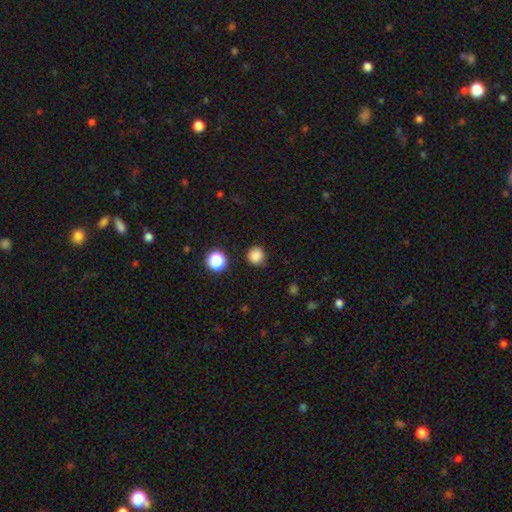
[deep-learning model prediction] A smooth galaxy with no disk features (84%) that is round (90%).

Vote fractions:
- Smooth or featured? smooth: 84% / star or artifact: 13% / featured or disk: 3%
- How rounded? round: 90% / in between: 9% / cigar-shaped: 1%
- Merging? none: 85% / minor disturbance: 10% / major disturbance: 3% / merger: 2%